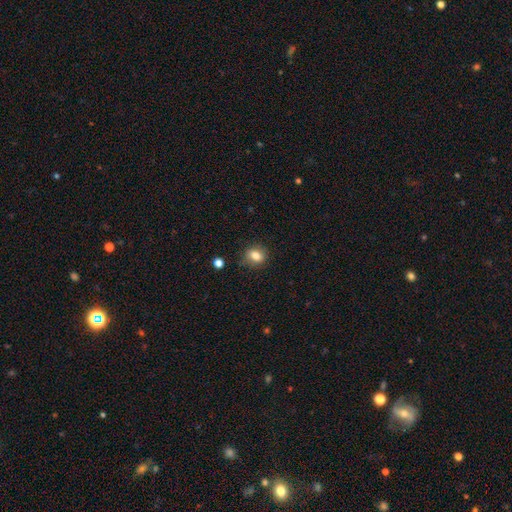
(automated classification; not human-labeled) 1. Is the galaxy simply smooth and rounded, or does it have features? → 79% smooth, 10% star or artifact, 10% featured or disk.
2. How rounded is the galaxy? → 50% in between, 48% round, 2% cigar-shaped.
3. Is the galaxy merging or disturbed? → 76% none, 17% minor disturbance, 4% major disturbance, 2% merger.